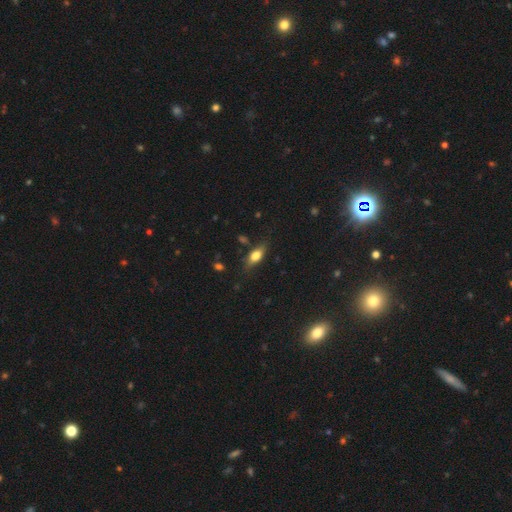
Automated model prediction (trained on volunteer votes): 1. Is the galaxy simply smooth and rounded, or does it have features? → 66% smooth, 25% featured or disk, 8% star or artifact.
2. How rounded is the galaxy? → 74% in between, 20% cigar-shaped, 6% round.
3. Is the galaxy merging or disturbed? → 75% none, 18% minor disturbance, 5% major disturbance, 2% merger.